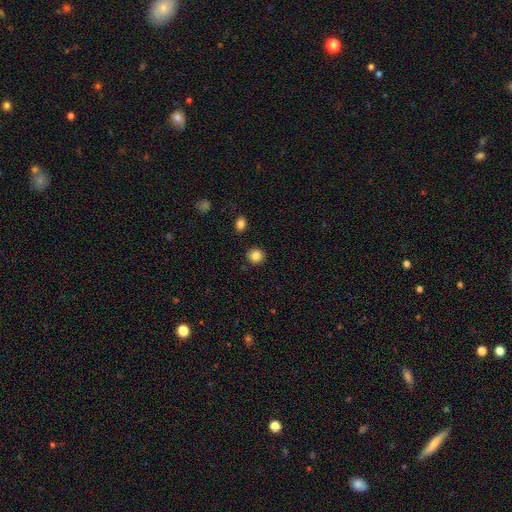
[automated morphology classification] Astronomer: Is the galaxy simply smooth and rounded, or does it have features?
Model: smooth — 85%.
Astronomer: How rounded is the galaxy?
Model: round — 89%.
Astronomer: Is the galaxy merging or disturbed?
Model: none — 89%.